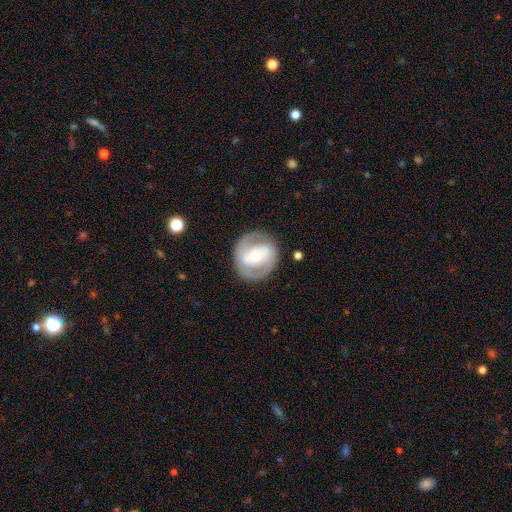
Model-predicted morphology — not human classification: A featured or disk galaxy (70%) with no bar (37%), spiral arms (65%) and a moderate central bulge (66%).

Vote fractions:
- Smooth or featured? featured or disk: 70% / smooth: 24% / star or artifact: 5%
- Edge-on disk? no: 96% / yes: 4%
- Bar? no: 37% / weak: 36% / strong: 27%
- Spiral arms? yes: 65% / no: 35%
- Bulge size? moderate: 66% / small: 24% / large: 7% / dominant: 1% / none: 1%
- Merging? none: 84% / minor disturbance: 10% / major disturbance: 5% / merger: 1%